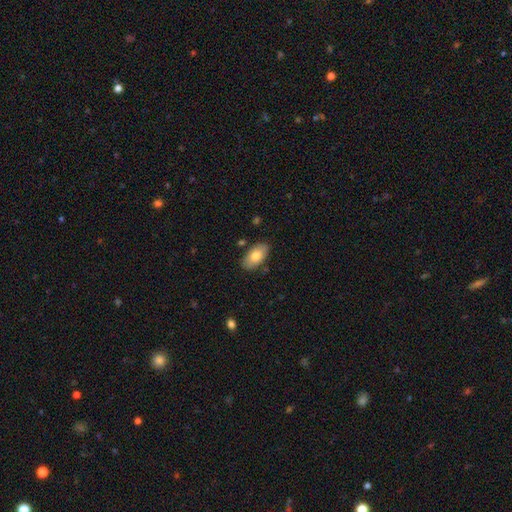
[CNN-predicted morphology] Smooth or featured: smooth — 77% (featured or disk — 17%)
How rounded: in between — 95% (round — 3%)
Merging: none — 84% (minor disturbance — 11%)